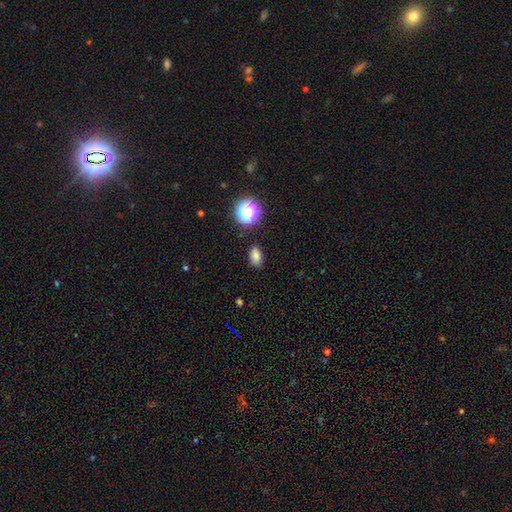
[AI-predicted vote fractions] Smooth or featured: smooth — 81% (star or artifact — 15%)
How rounded: in between — 81% (round — 17%)
Merging: none — 85% (minor disturbance — 10%)